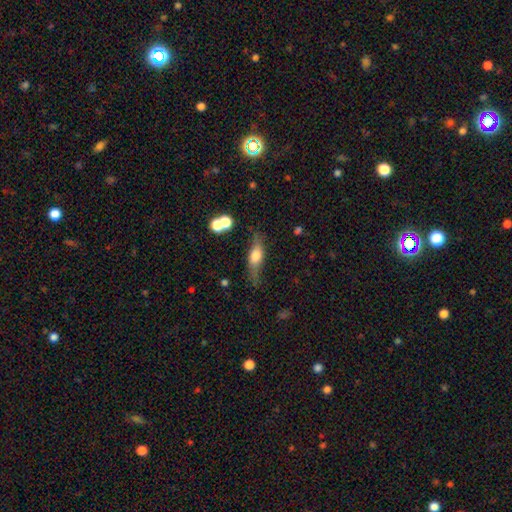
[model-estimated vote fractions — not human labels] Smooth or featured: smooth — 48% (featured or disk — 44%)
Merging: none — 66% (minor disturbance — 21%)